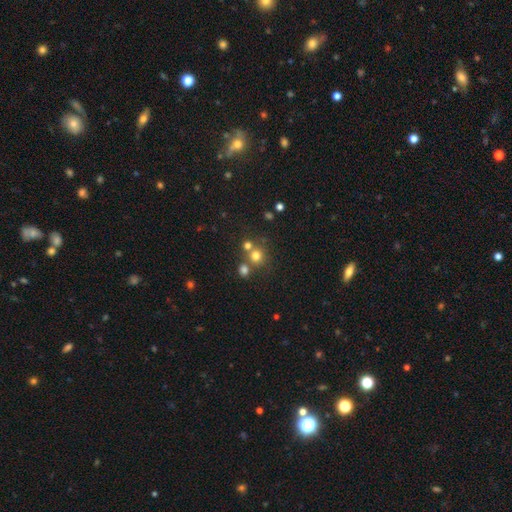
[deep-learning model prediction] A smooth galaxy with no disk features (72%) that is round (89%). Merging: none (61%).